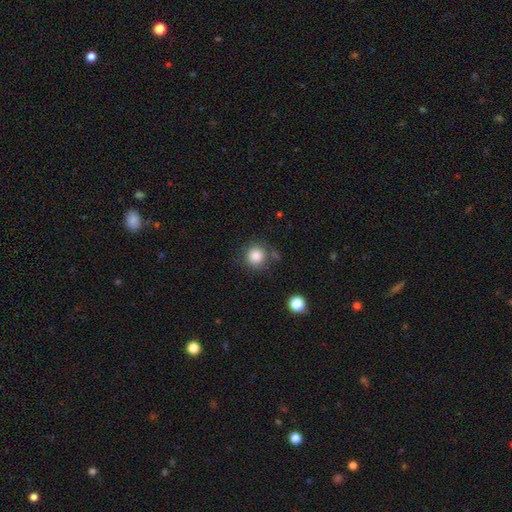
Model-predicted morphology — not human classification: Smooth or featured? smooth (84%)
How rounded? round (93%)
Merging? none (77%)